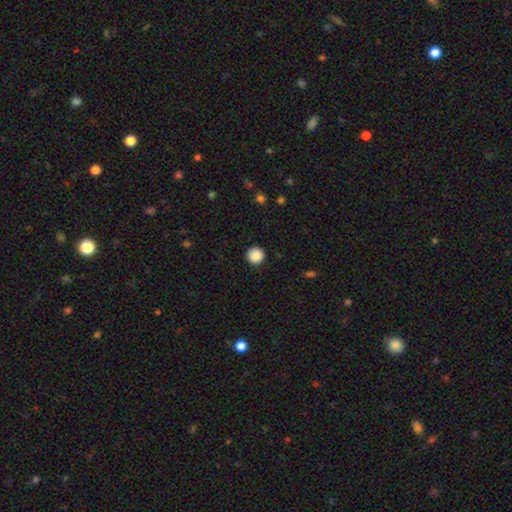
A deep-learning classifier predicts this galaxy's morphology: Overall: smooth (89%). How rounded: round (95%). Merging: none (92%).